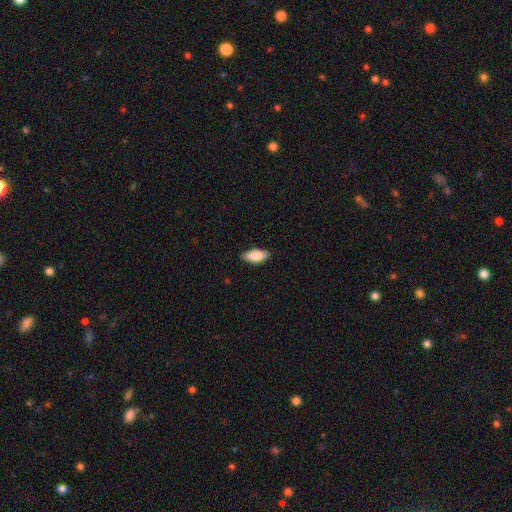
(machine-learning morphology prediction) The model was most divided on "how rounded": in between: 85%, cigar-shaped: 13%, round: 2%. More confident: smooth or featured — smooth (86%); merging — none (86%).